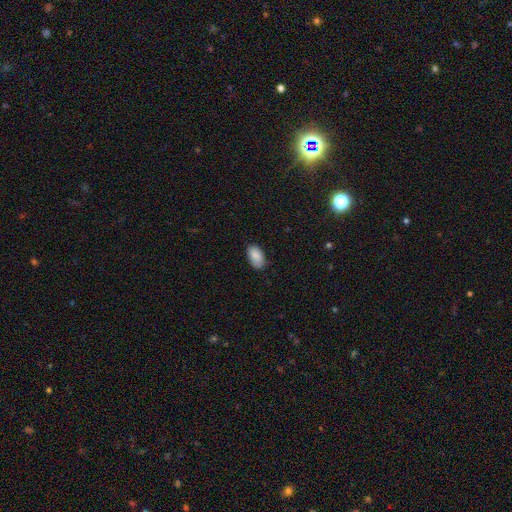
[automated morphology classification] Smooth or featured? smooth (88%)
How rounded? in between (94%)
Merging? none (77%)